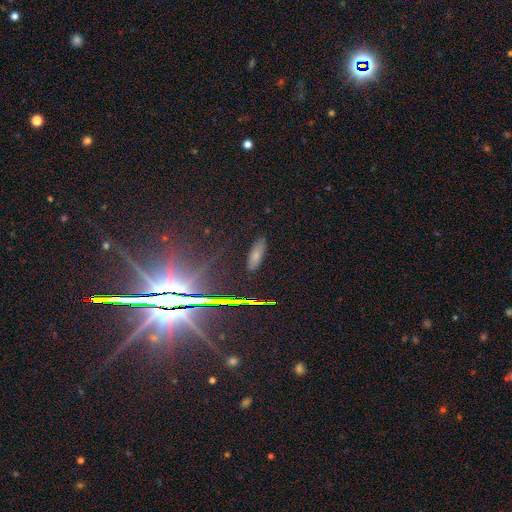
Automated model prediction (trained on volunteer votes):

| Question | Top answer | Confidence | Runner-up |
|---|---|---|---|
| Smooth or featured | smooth | 46% | star or artifact (34%) |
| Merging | none | 86% | minor disturbance (10%) |